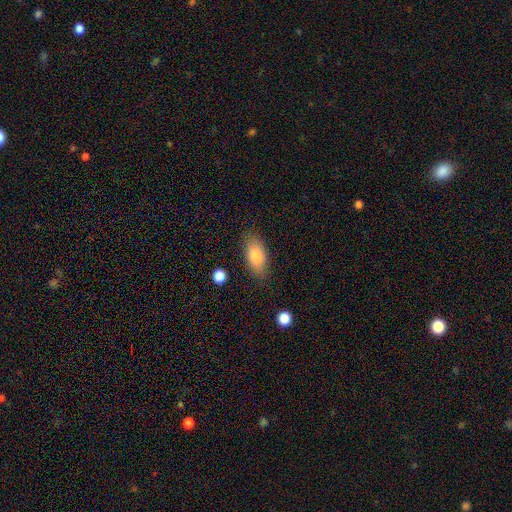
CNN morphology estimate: Smooth or featured: smooth — 81% (featured or disk — 12%)
How rounded: in between — 89% (cigar-shaped — 7%)
Merging: none — 83% (minor disturbance — 12%)